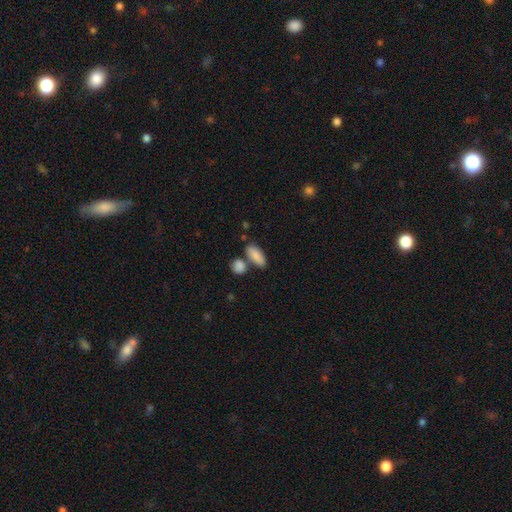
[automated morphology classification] smooth_or_featured: smooth (p=0.86) [alt: featured or disk p=0.07]
how_rounded: in between (p=0.83) [alt: cigar-shaped p=0.13]
merging: none (p=0.60) [alt: merger p=0.23]